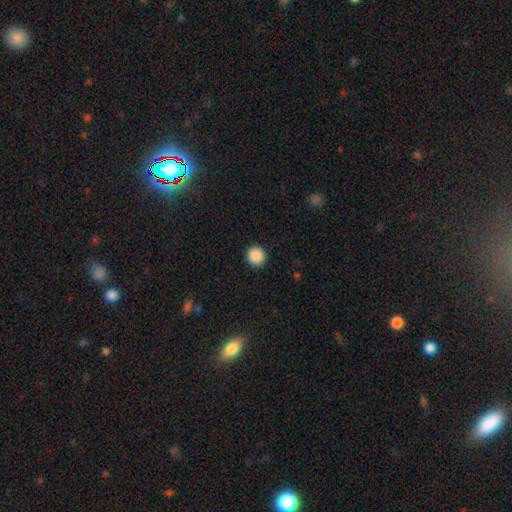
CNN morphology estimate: This appears to be a smooth galaxy with no disk features (89%) that is round (95%). Merging: none (93%).